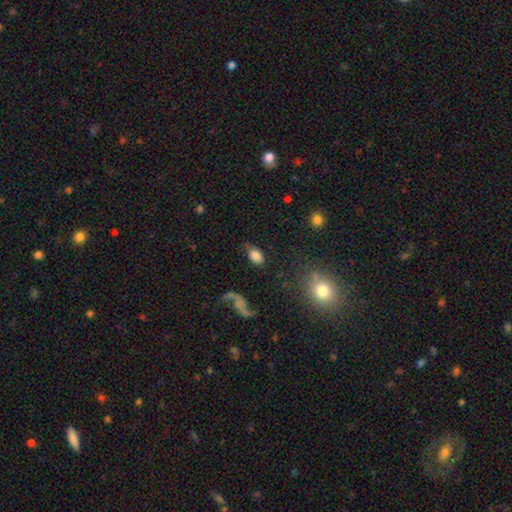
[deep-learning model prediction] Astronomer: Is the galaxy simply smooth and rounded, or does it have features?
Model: smooth — 75%.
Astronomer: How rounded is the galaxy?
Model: in between — 86%.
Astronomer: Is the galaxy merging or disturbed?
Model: none — 63%.